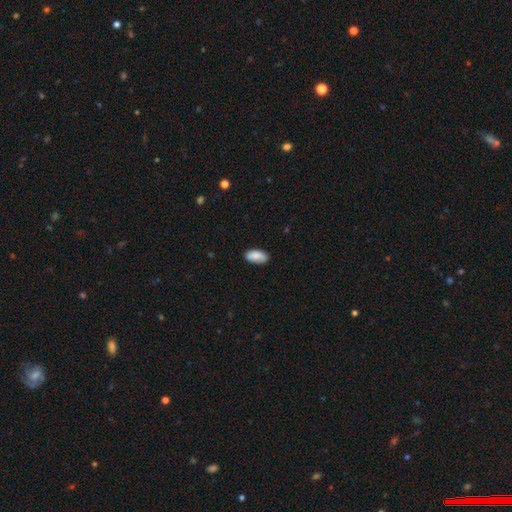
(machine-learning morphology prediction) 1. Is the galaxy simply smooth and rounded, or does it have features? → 84% smooth, 10% featured or disk, 6% star or artifact.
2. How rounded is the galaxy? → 93% in between, 4% cigar-shaped, 2% round.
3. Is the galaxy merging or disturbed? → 82% none, 14% minor disturbance, 2% major disturbance, 1% merger.